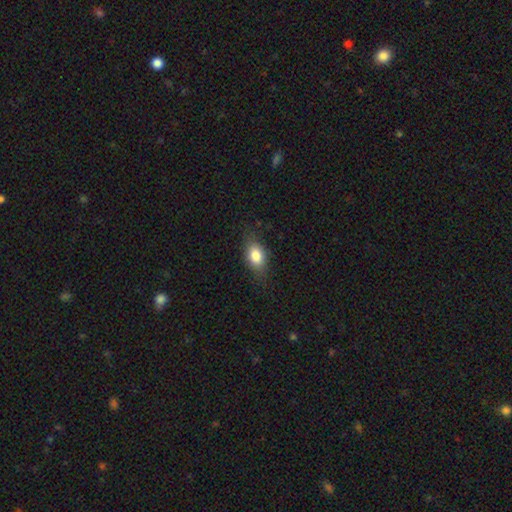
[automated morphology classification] Q: Smooth or featured?
A: smooth (81%); runner-up: featured or disk (11%)
Q: How rounded?
A: in between (81%); runner-up: round (15%)
Q: Merging?
A: none (76%); runner-up: minor disturbance (18%)